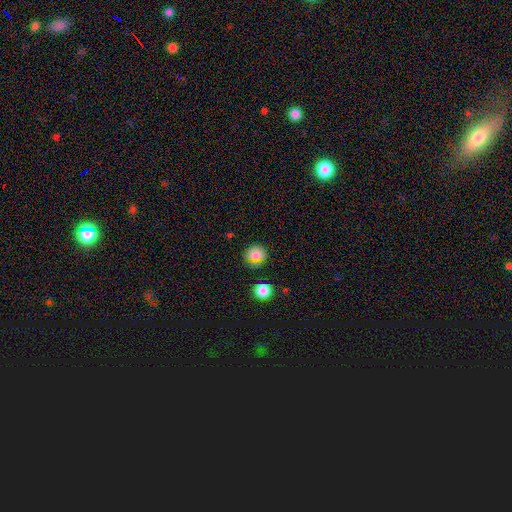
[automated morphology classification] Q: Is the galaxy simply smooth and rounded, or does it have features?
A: smooth — 75%.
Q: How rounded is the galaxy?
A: round — 84%.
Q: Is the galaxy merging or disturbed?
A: none — 78%.